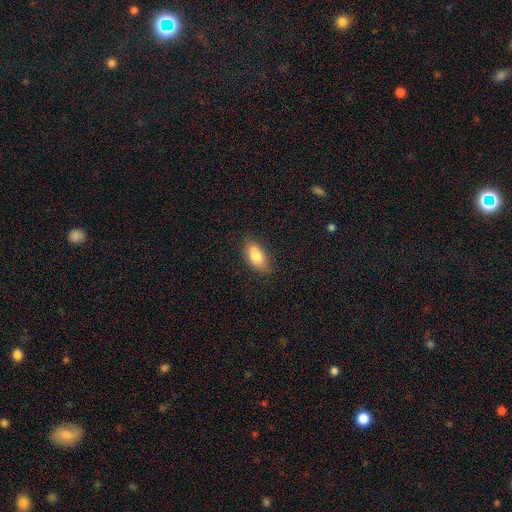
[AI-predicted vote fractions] Smooth or featured? Predicted: smooth (p=0.80). How rounded? Predicted: in between (p=0.89). Merging? Predicted: none (p=0.79).